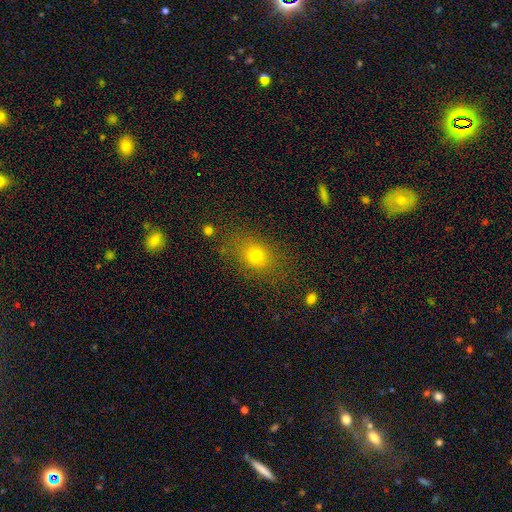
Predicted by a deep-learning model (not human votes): smooth-or-featured: smooth: 73% | star or artifact: 15% | featured or disk: 12%
  how-rounded: in between: 57% | round: 40% | cigar-shaped: 2%
  merging: none: 77% | minor disturbance: 14% | major disturbance: 6% | merger: 2%